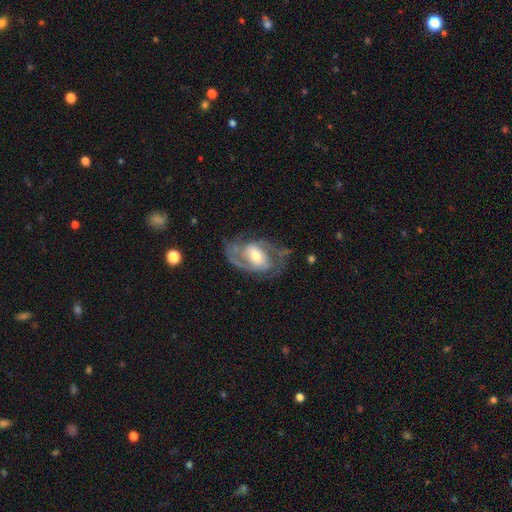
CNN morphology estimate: A featured or disk galaxy (85%) with a weak bar (42%), 2 (77%) medium (50%) spiral arms (92%) and a moderate central bulge (65%). Merging: none (62%).